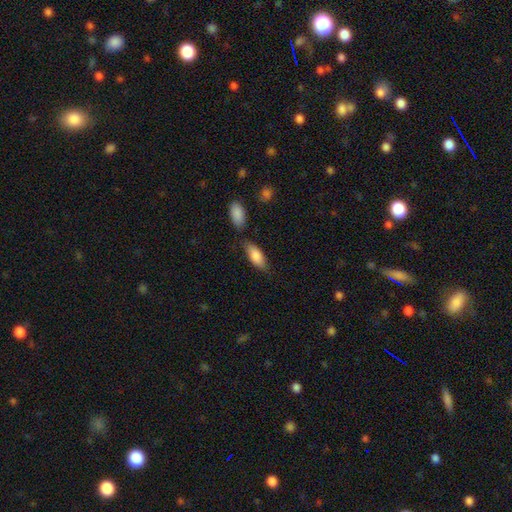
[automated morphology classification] Smooth or featured: smooth — 83% (featured or disk — 11%)
How rounded: in between — 80% (cigar-shaped — 18%)
Merging: none — 62% (minor disturbance — 20%)